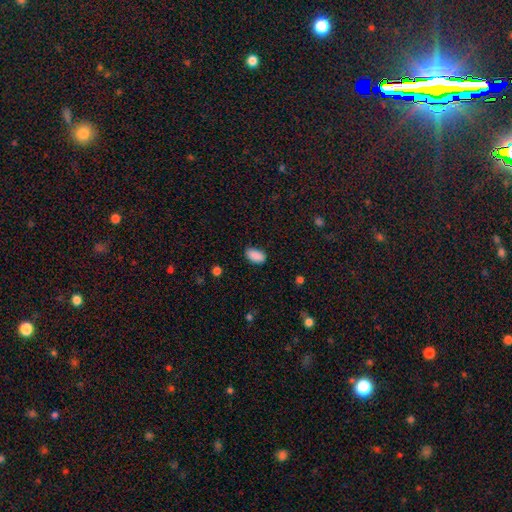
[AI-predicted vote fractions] smooth 89%, star or artifact 8%, featured or disk 3%. Down the decision tree: how rounded — in between (94%); merging — none (81%).